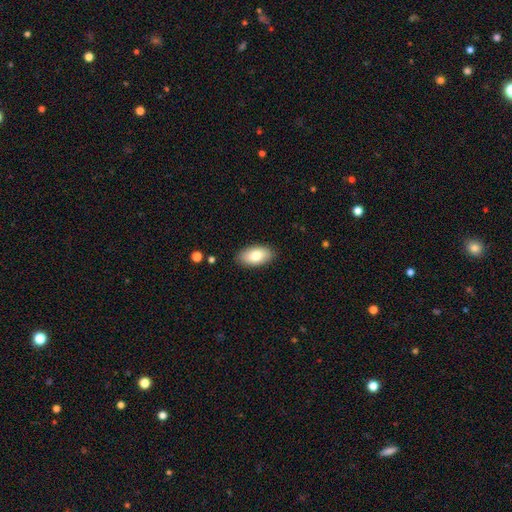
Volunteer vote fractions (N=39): smooth_or_featured: smooth (p=0.87) [alt: featured or disk p=0.10]
how_rounded: in between (p=0.94) [alt: round p=0.06]
merging: none (p=0.97) [alt: major disturbance p=0.03]